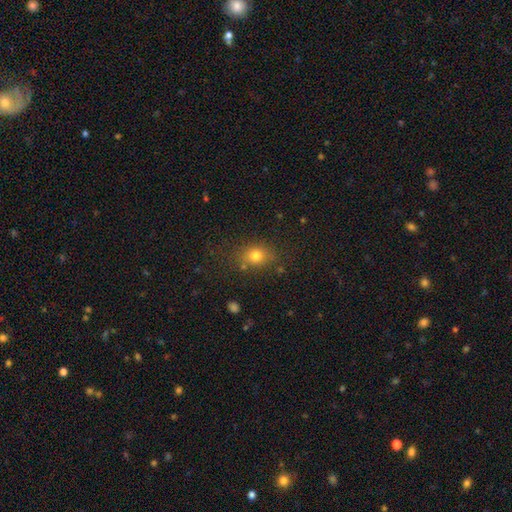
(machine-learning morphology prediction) A smooth galaxy with no disk features (76%) that is round (52%). Merging: none (75%).